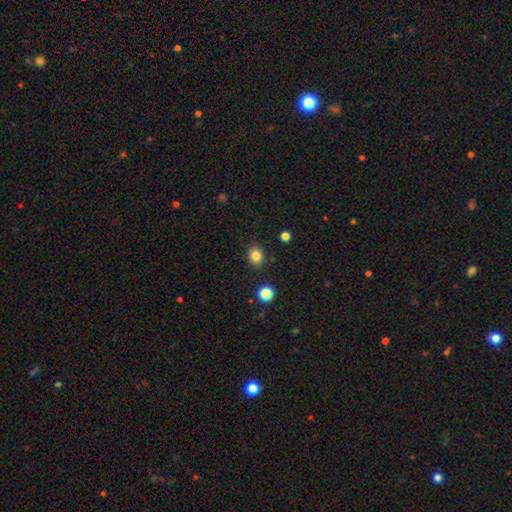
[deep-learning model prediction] smooth-or-featured: smooth: 83% | star or artifact: 11% | featured or disk: 6%
  how-rounded: round: 62% | in between: 37% | cigar-shaped: 1%
  merging: none: 87% | minor disturbance: 9% | major disturbance: 2% | merger: 2%